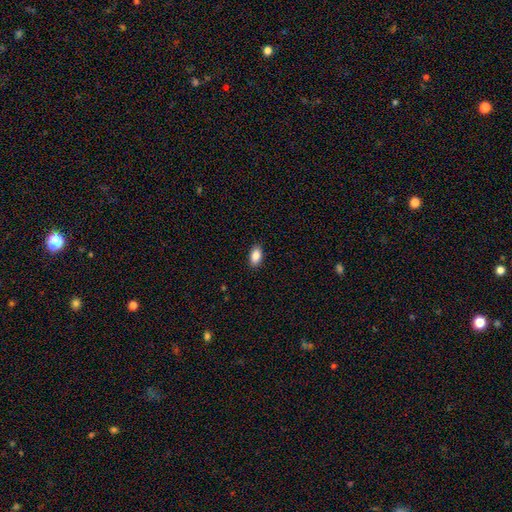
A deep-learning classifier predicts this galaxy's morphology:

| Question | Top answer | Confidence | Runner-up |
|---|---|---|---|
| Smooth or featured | smooth | 88% | star or artifact (7%) |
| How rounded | in between | 92% | round (4%) |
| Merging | none | 88% | minor disturbance (9%) |